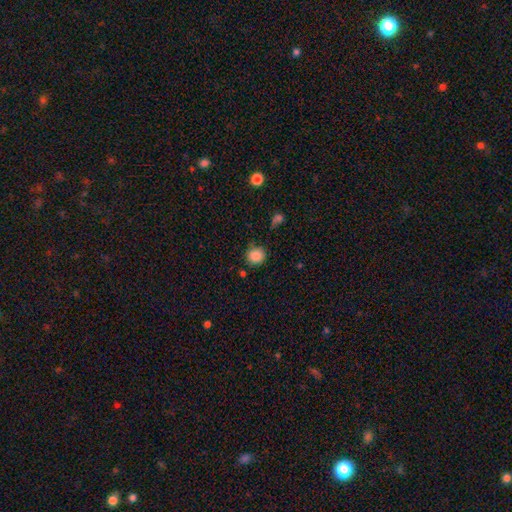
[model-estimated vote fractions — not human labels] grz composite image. It shows a smooth galaxy with no disk features (87%) that is round (92%). Merging: none (81%).